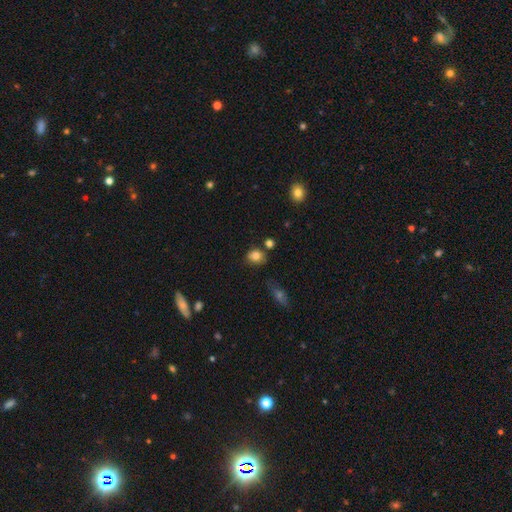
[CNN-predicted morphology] This is clearly a smooth galaxy (82%). How rounded: possibly round (57%). Merging: likely none (68%).